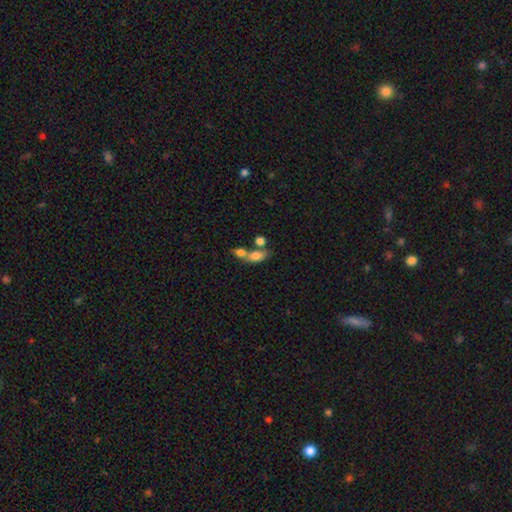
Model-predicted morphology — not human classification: smooth-or-featured: smooth: 74% | featured or disk: 16% | star or artifact: 10%
  how-rounded: in between: 78% | round: 12% | cigar-shaped: 10%
  merging: merger: 55% | none: 28% | minor disturbance: 10% | major disturbance: 7%